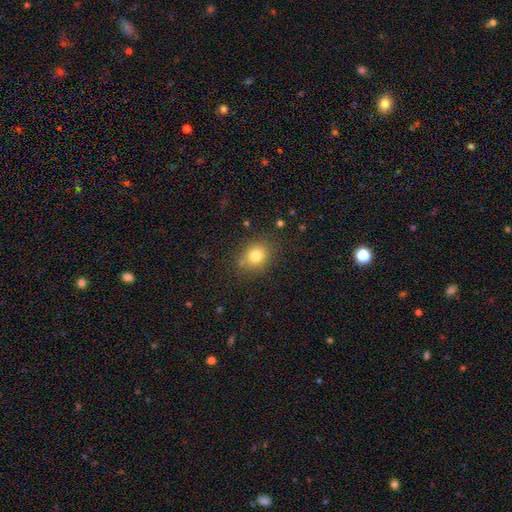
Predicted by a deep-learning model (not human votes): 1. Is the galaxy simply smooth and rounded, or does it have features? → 79% smooth, 12% star or artifact, 10% featured or disk.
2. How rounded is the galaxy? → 59% round, 40% in between, 1% cigar-shaped.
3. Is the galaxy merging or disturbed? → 77% none, 15% minor disturbance, 4% major disturbance, 3% merger.